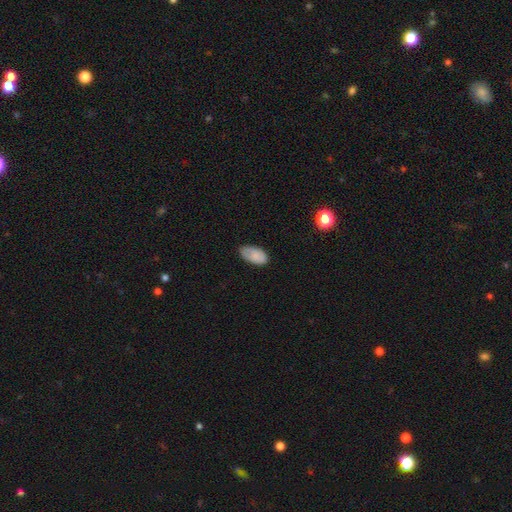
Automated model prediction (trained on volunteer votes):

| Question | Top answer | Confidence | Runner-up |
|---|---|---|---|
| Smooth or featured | smooth | 81% | featured or disk (11%) |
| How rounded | in between | 94% | round (4%) |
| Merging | none | 66% | minor disturbance (27%) |